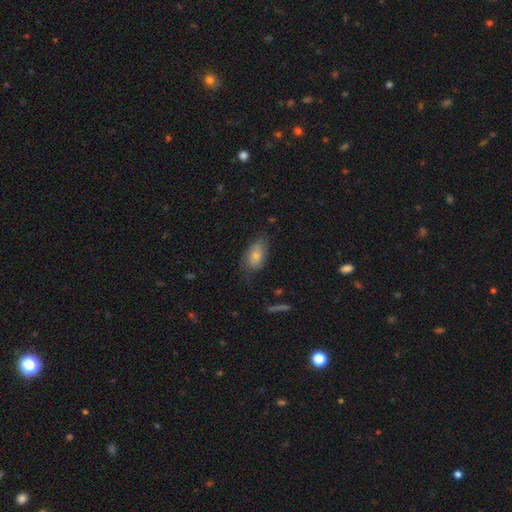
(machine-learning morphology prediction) This appears to be a smooth galaxy with no disk features (71%) that is in between round and cigar-shaped (91%). Merging: none (59%).